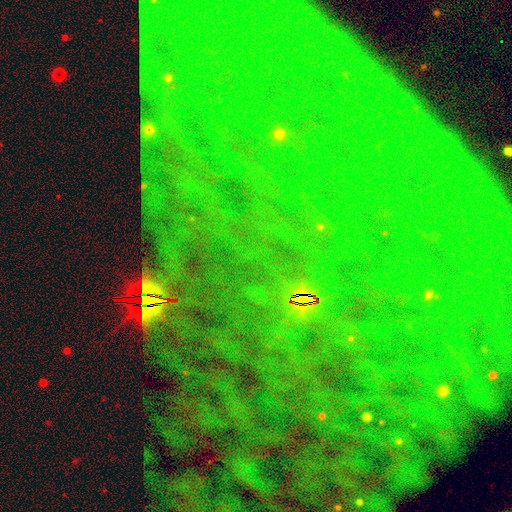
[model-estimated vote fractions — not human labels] The model was most divided on "smooth or featured": star or artifact: 84%, featured or disk: 8%, smooth: 8%.